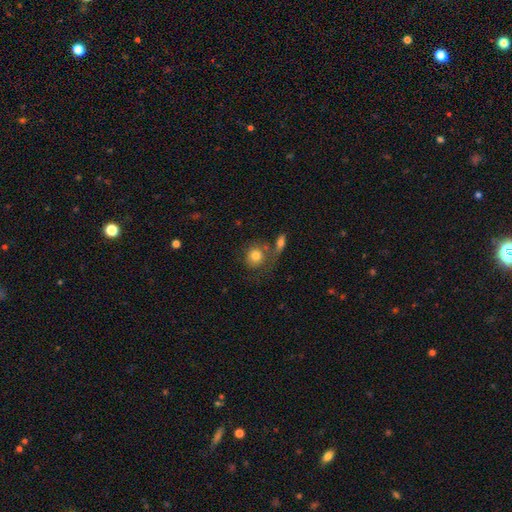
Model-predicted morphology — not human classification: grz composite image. It shows a smooth galaxy with no disk features (80%) that is round (83%). Merging: none (56%).